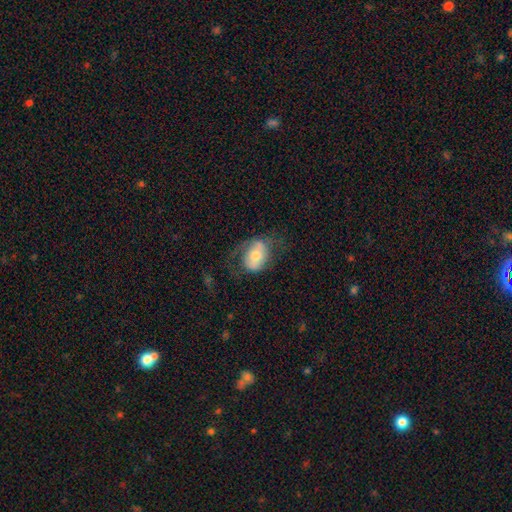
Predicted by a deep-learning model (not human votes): Overall: smooth (52%; featured or disk 40%). How rounded: in between (73%). Merging: none (50%; major disturbance 25%).